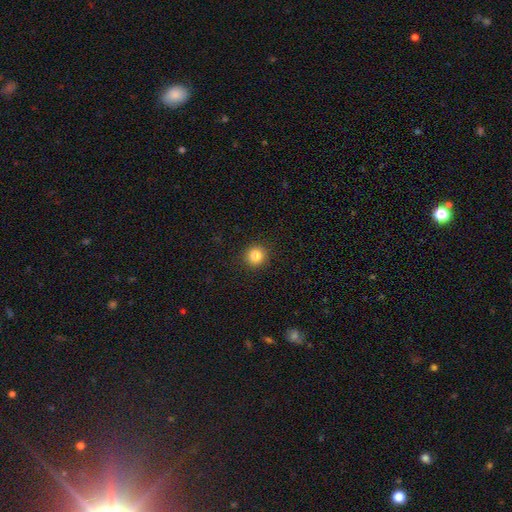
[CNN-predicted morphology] Smooth or featured: smooth — 85% (star or artifact — 10%)
How rounded: round — 93% (in between — 6%)
Merging: none — 91% (minor disturbance — 6%)